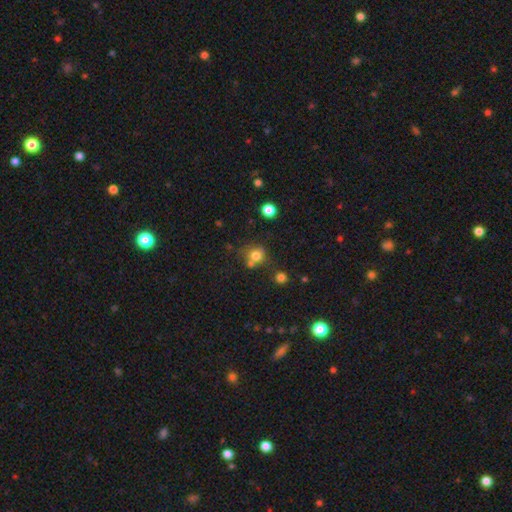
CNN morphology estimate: smooth_or_featured: smooth (p=0.75) [alt: star or artifact p=0.15]
how_rounded: round (p=0.81) [alt: in between p=0.18]
merging: none (p=0.57) [alt: merger p=0.24]